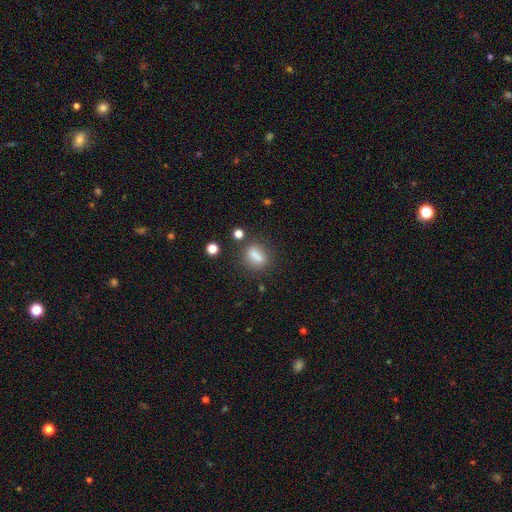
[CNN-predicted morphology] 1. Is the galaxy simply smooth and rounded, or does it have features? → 76% smooth, 13% featured or disk, 10% star or artifact.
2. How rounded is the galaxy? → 56% in between, 23% cigar-shaped, 21% round.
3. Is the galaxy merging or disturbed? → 72% none, 14% minor disturbance, 9% merger, 6% major disturbance.